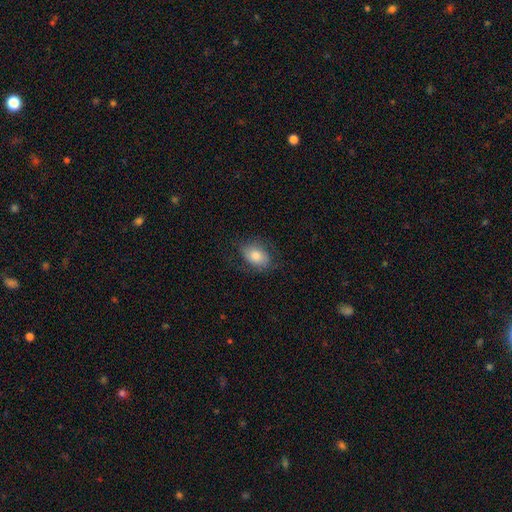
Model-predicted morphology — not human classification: smooth_or_featured: smooth (p=0.70) [alt: featured or disk p=0.21]
how_rounded: in between (p=0.78) [alt: round p=0.21]
merging: none (p=0.70) [alt: minor disturbance p=0.19]